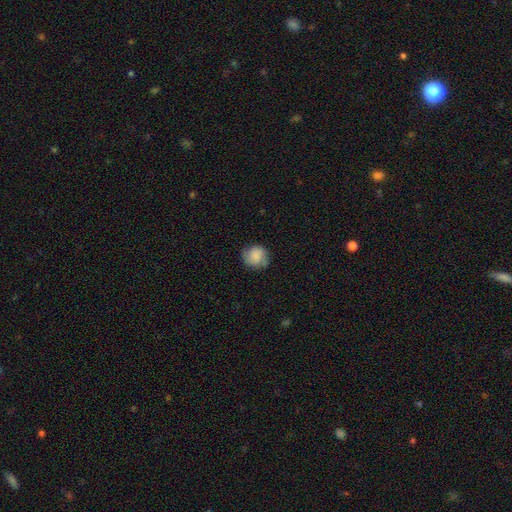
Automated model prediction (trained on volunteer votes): smooth 75%, featured or disk 17%, star or artifact 8%. Down the decision tree: how rounded — round (83%); merging — none (71%).